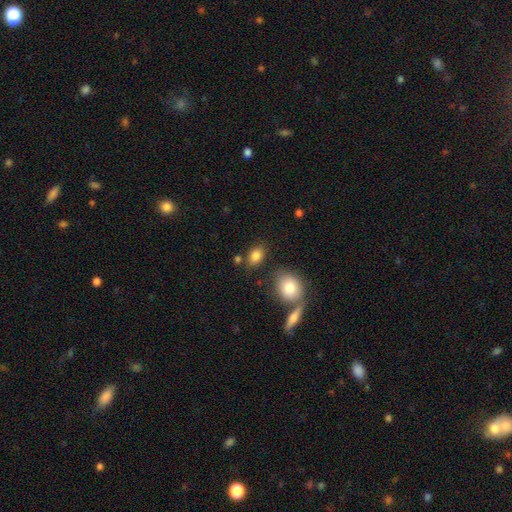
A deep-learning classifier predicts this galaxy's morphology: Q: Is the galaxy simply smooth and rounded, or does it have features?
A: smooth — 84%.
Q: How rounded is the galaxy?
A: in between — 78%.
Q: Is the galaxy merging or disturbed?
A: none — 75%.